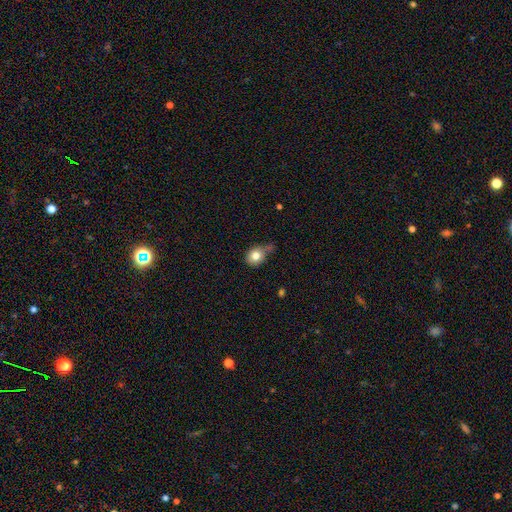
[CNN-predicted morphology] smooth-or-featured: smooth: 79% | featured or disk: 11% | star or artifact: 10%
  how-rounded: round: 69% | in between: 29% | cigar-shaped: 1%
  merging: none: 43% | minor disturbance: 31% | major disturbance: 14% | merger: 12%